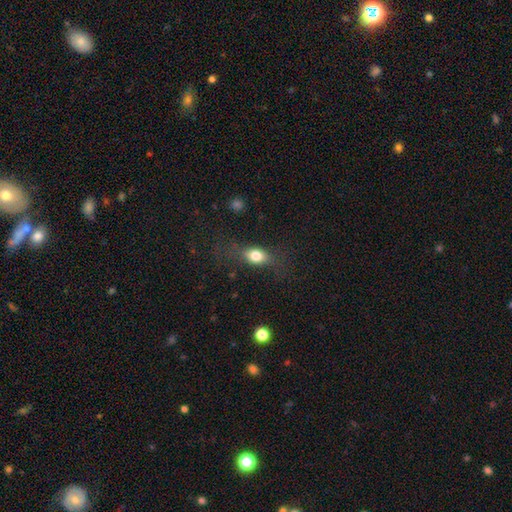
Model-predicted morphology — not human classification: smooth-or-featured: smooth: 76% | featured or disk: 14% | star or artifact: 10%
  how-rounded: in between: 72% | round: 21% | cigar-shaped: 7%
  merging: none: 67% | minor disturbance: 18% | major disturbance: 13% | merger: 2%